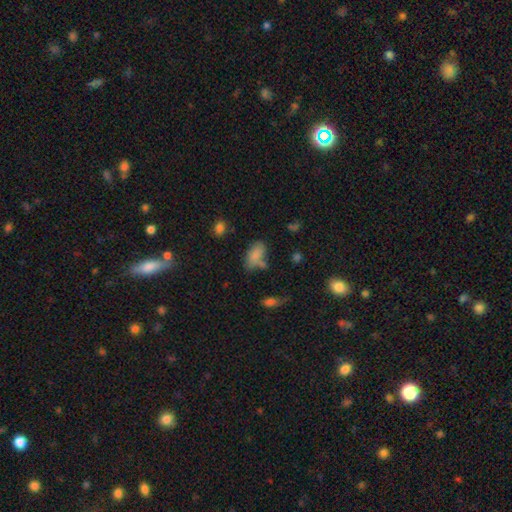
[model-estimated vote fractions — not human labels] Q: Smooth or featured?
A: smooth (81%); runner-up: star or artifact (10%)
Q: How rounded?
A: in between (91%); runner-up: round (5%)
Q: Merging?
A: none (50%); runner-up: minor disturbance (22%)